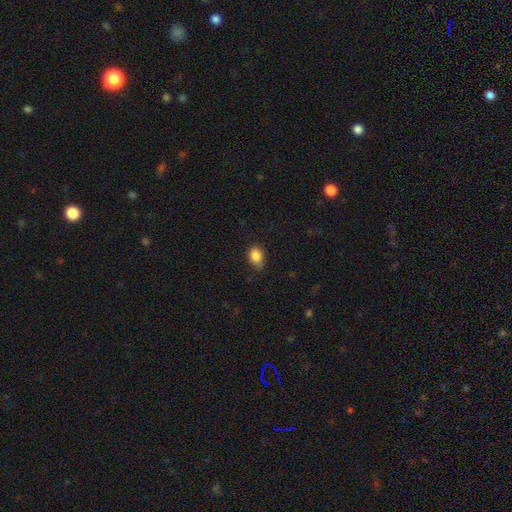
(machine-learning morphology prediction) This is clearly a smooth galaxy (87%). How rounded: likely in between (72%). Merging: likely none (74%).